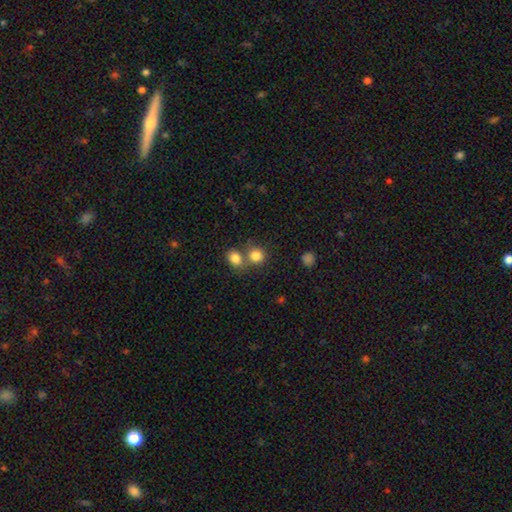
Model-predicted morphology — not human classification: The model was most divided on "merging": none: 52%, merger: 38%, minor disturbance: 8%, major disturbance: 3%. More confident: smooth or featured — smooth (82%); how rounded — round (80%).